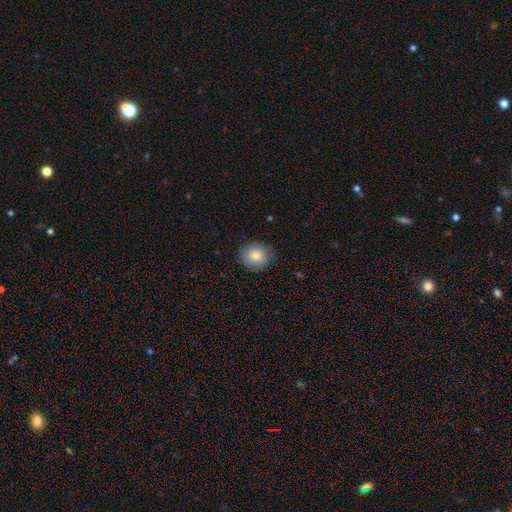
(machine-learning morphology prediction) Smooth or featured? smooth (78%)
How rounded? round (83%)
Merging? none (85%)